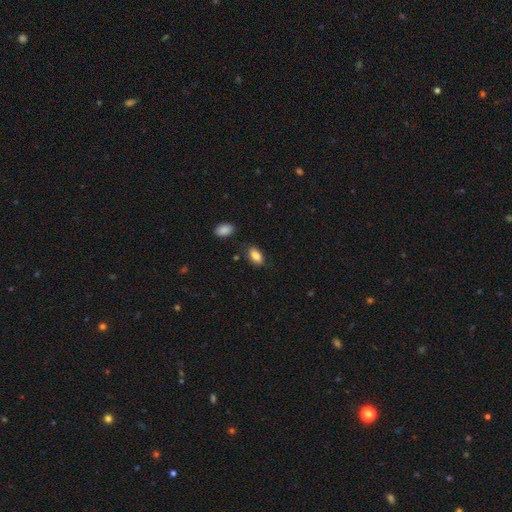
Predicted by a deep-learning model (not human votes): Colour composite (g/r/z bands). It shows a smooth galaxy with no disk features (86%) that is in between round and cigar-shaped (91%). Merging: none (80%).